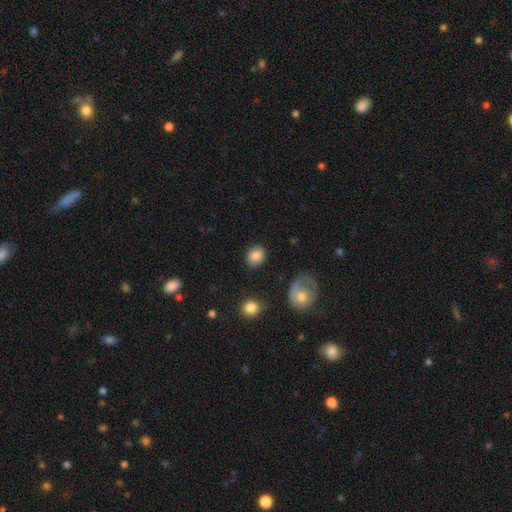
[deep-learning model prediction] Overall: smooth (85%). How rounded: round (54%; in between 45%). Merging: none (82%).